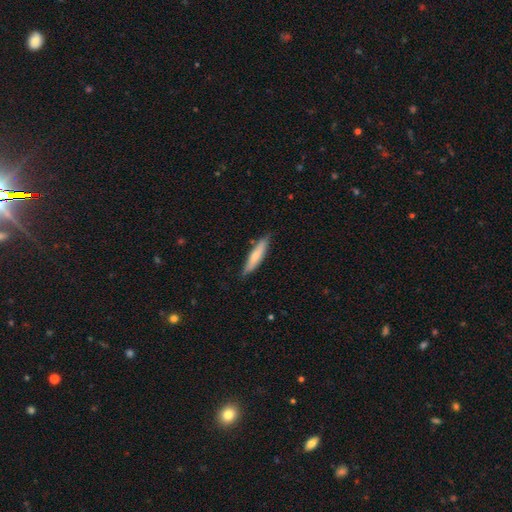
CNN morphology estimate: Smooth or featured: smooth — 66% (featured or disk — 28%)
How rounded: cigar-shaped — 82% (in between — 17%)
Merging: none — 80% (minor disturbance — 16%)